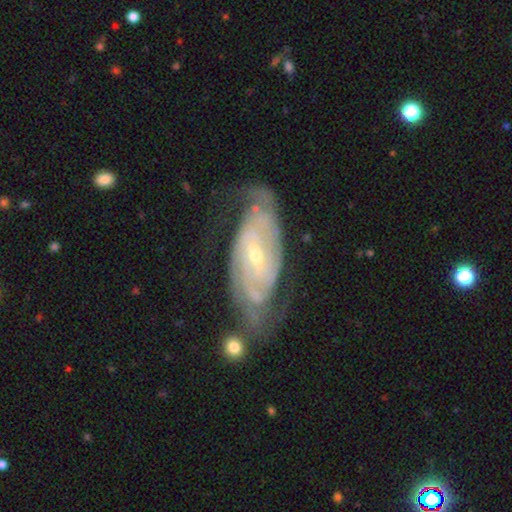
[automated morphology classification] featured or disk 88%, smooth 7%, star or artifact 5%. Down the decision tree: edge-on disk — no (94%); bar — weak (47%); spiral arms — yes (96%); spiral arm count — 2 (53%); spiral winding — tight (60%); bulge size — small (63%); merging — none (63%).